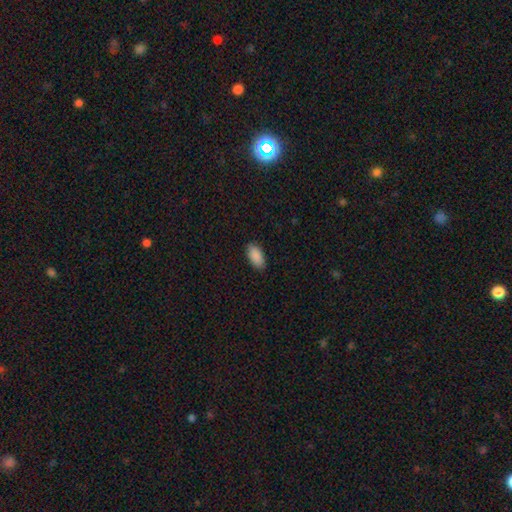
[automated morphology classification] The model was most divided on "merging": none: 88%, minor disturbance: 9%, major disturbance: 2%, merger: 1%. More confident: how rounded — in between (94%); smooth or featured — smooth (91%).